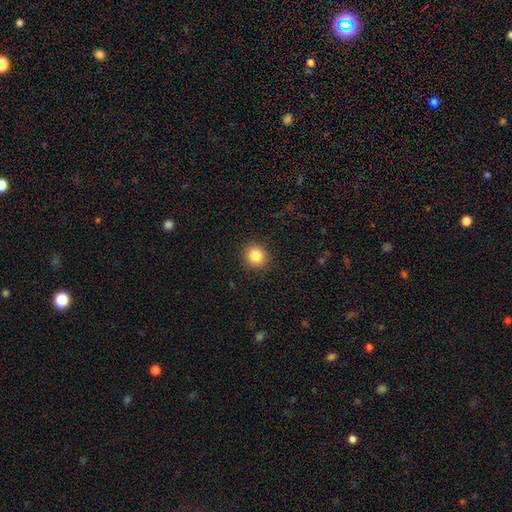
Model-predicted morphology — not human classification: A smooth galaxy with no disk features (84%) that is round (87%).

Vote fractions:
- Smooth or featured? smooth: 84% / star or artifact: 10% / featured or disk: 5%
- How rounded? round: 87% / in between: 12% / cigar-shaped: 1%
- Merging? none: 91% / minor disturbance: 6% / major disturbance: 2% / merger: 1%